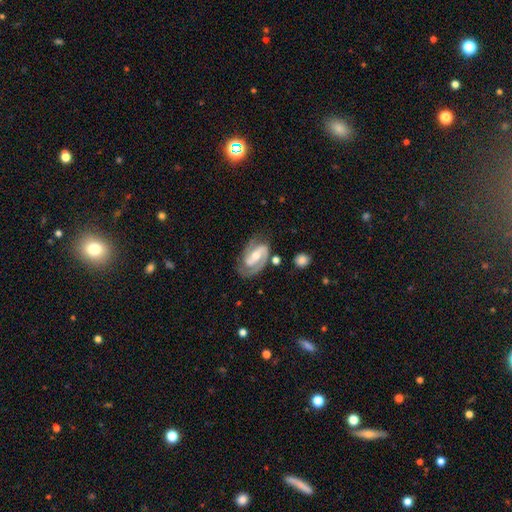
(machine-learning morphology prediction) This is clearly a featured or disk galaxy (86%). It is clearly not viewed edge-on (97%). Bar: marginally strong (44%). Spiral arm pattern: clearly yes (96%). Spiral arm count: clearly 2 (84%). Spiral winding: possibly medium (49%). Central bulge: possibly moderate (55%). Merging: likely none (72%).